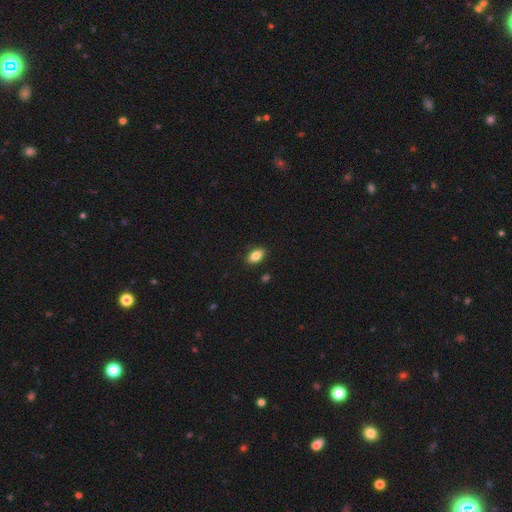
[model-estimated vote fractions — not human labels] Smooth or featured?
  - smooth: 84% *
  - star or artifact: 8%
  - featured or disk: 8%
How rounded?
  - in between: 89% *
  - round: 7%
  - cigar-shaped: 4%
Merging?
  - none: 88% *
  - minor disturbance: 9%
  - major disturbance: 2%
  - merger: 1%